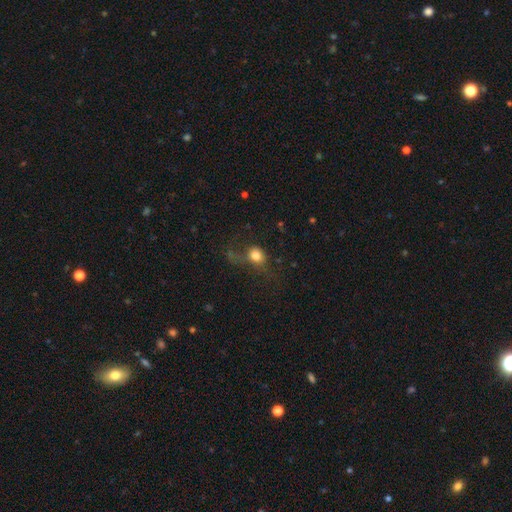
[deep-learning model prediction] This is likely a smooth galaxy (74%). How rounded: likely round (69%). Merging: marginally none (39%).